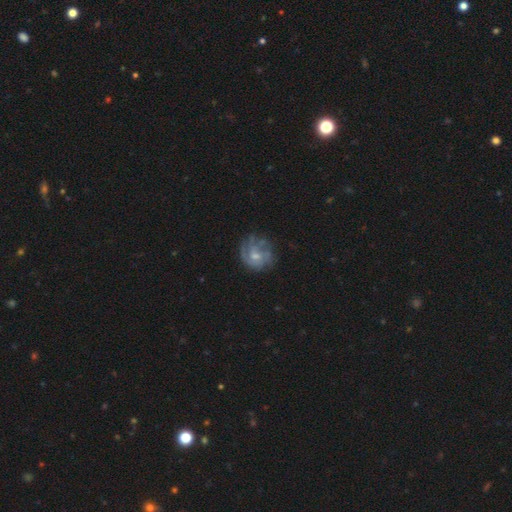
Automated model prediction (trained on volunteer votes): This appears to be a featured or disk galaxy (66%) with no bar (67%), spiral arms (72%) and a moderate central bulge (48%). Merging: none (62%).